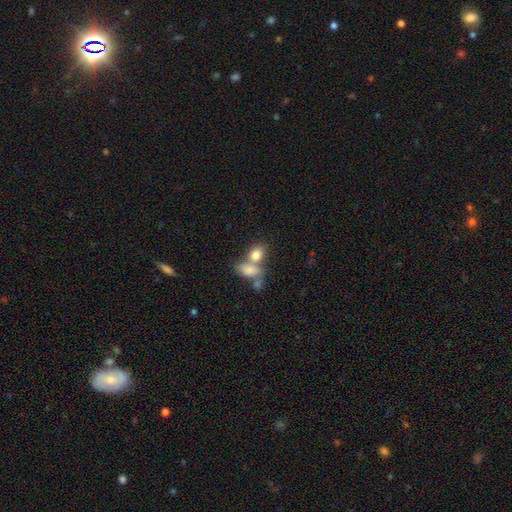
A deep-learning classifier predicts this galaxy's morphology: smooth 80%, featured or disk 12%, star or artifact 9%. Down the decision tree: how rounded — in between (69%); merging — merger (54%).